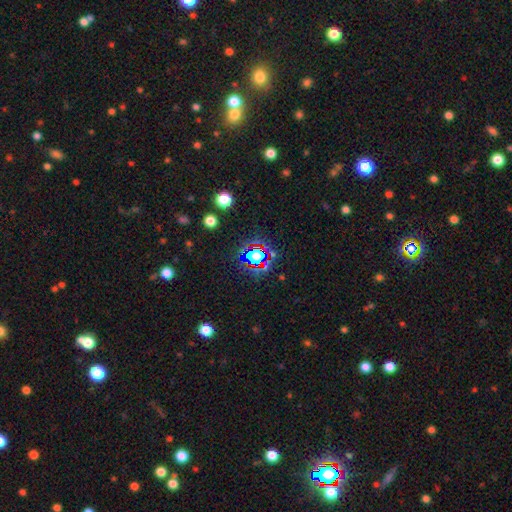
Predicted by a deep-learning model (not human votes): Smooth or featured?
  - star or artifact: 60% *
  - smooth: 28%
  - featured or disk: 12%